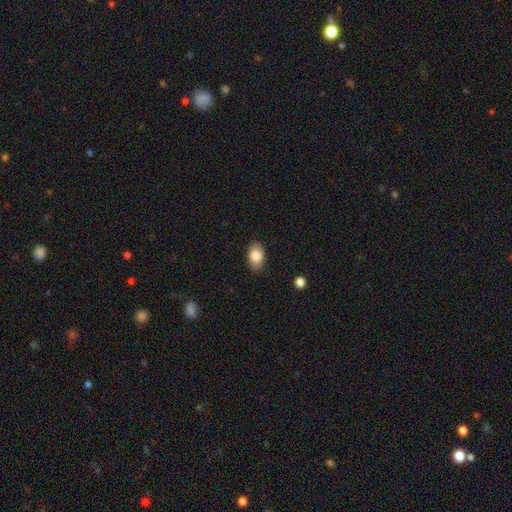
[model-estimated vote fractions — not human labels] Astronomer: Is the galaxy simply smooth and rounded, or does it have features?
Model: smooth — 83%.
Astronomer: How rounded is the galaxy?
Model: in between — 89%.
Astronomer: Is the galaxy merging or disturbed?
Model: none — 86%.